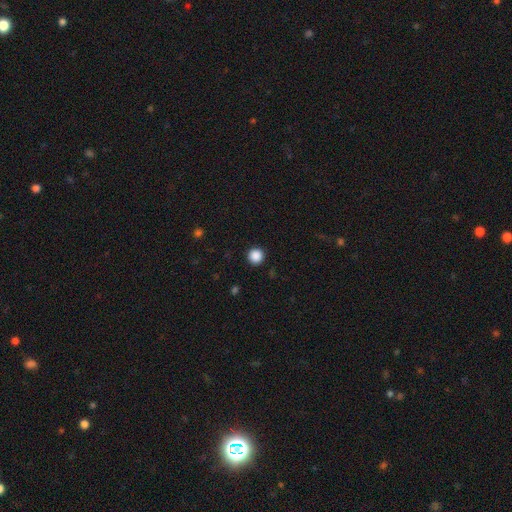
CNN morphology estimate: Q: Smooth or featured?
A: smooth (88%); runner-up: star or artifact (10%)
Q: How rounded?
A: round (96%); runner-up: in between (3%)
Q: Merging?
A: none (93%); runner-up: minor disturbance (5%)